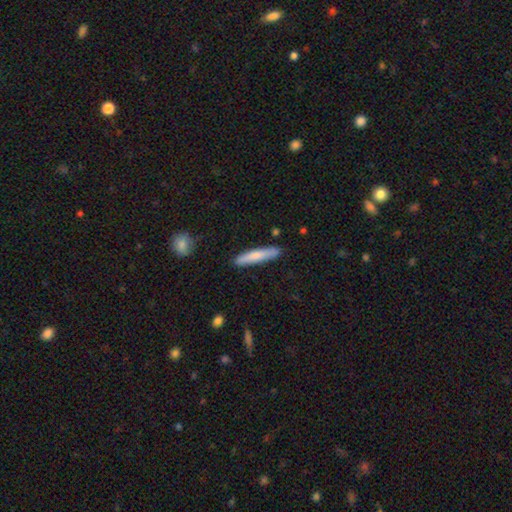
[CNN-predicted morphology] This is likely a smooth galaxy (76%). How rounded: clearly cigar-shaped (91%). Merging: clearly none (87%).